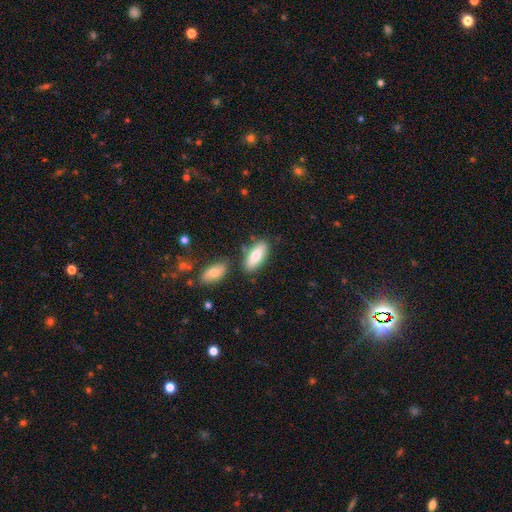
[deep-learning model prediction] This appears to be a smooth galaxy with no disk features (77%) that is in between round and cigar-shaped (77%). Merging: none (76%).